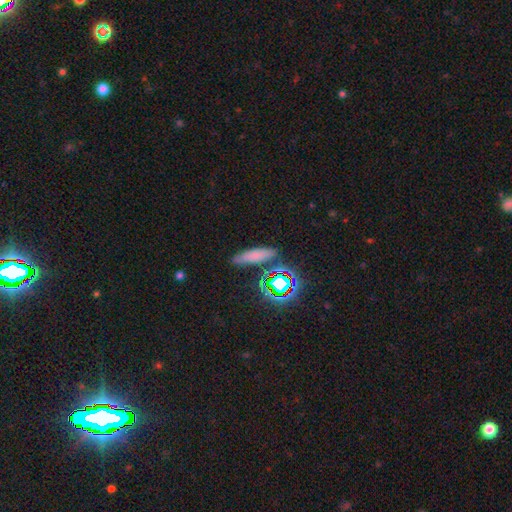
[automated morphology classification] Smooth or featured? Predicted: smooth (p=0.63). How rounded? Predicted: cigar-shaped (p=0.63). Merging? Predicted: none (p=0.81).